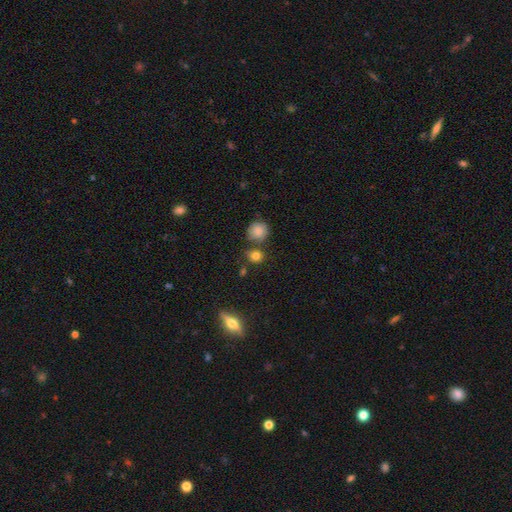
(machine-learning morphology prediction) This appears to be a smooth galaxy with no disk features (81%) that is round (78%). Merging: none (69%).